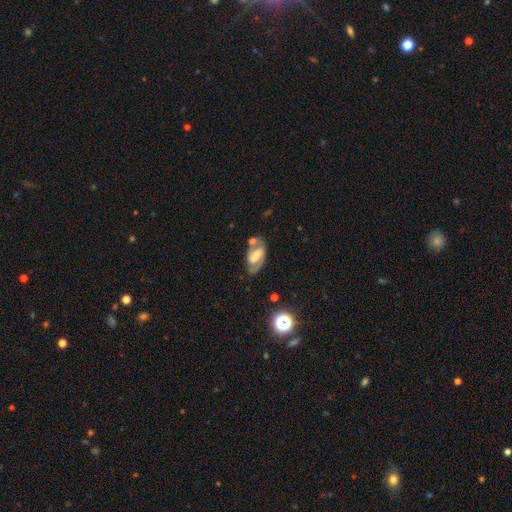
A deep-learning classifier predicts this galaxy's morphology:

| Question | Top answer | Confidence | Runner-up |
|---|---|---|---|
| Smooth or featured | featured or disk | 72% | smooth (21%) |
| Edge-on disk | no | 95% | yes (5%) |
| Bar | strong | 45% | weak (38%) |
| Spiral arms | yes | 83% | no (17%) |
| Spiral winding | medium | 48% | tight (33%) |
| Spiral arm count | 2 | 80% | can't tell (10%) |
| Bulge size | moderate | 36% | small (29%) |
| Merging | none | 60% | minor disturbance (20%) |